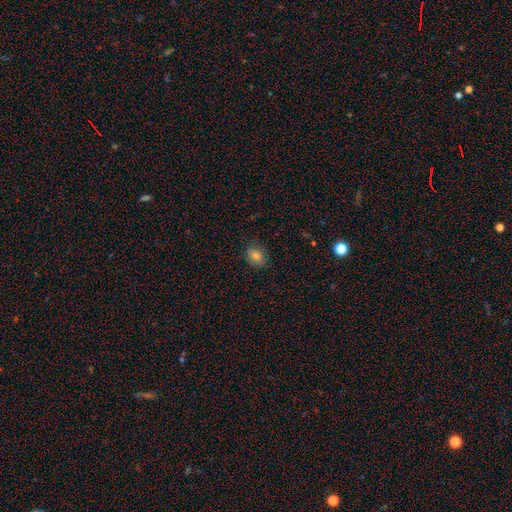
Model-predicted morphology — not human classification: Smooth or featured?
  - smooth: 80% *
  - star or artifact: 13%
  - featured or disk: 7%
How rounded?
  - round: 57% *
  - in between: 42%
  - cigar-shaped: 1%
Merging?
  - none: 83% *
  - minor disturbance: 13%
  - major disturbance: 3%
  - merger: 1%